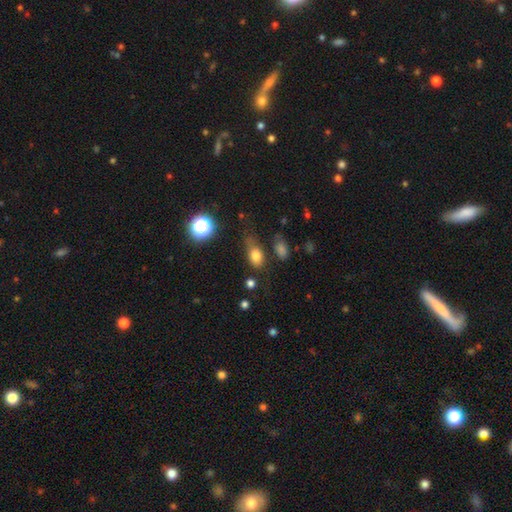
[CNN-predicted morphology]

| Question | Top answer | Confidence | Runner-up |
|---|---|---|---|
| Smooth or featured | smooth | 77% | star or artifact (13%) |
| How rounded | in between | 80% | round (17%) |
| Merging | none | 57% | minor disturbance (27%) |